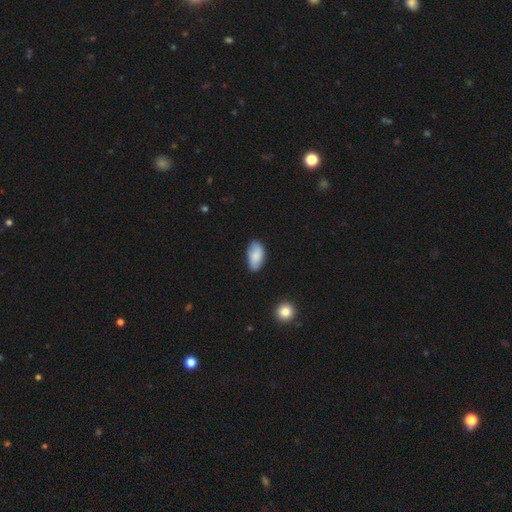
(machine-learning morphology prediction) Smooth or featured: smooth — 83% (featured or disk — 10%)
How rounded: in between — 94% (round — 4%)
Merging: none — 77% (minor disturbance — 19%)